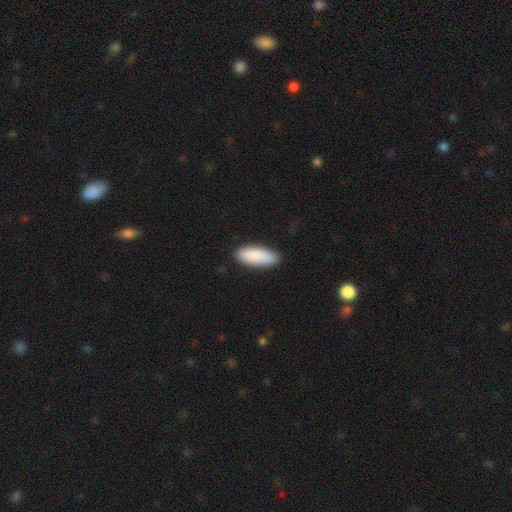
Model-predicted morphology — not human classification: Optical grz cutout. It shows a smooth galaxy with no disk features (89%) that is in between round and cigar-shaped (69%). Merging: none (88%).